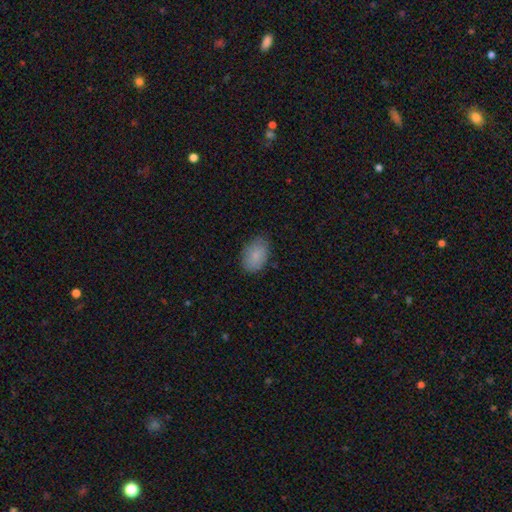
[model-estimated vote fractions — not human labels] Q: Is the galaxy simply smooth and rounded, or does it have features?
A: smooth — 84%.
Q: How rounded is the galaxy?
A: in between — 86%.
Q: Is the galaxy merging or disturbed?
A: none — 81%.